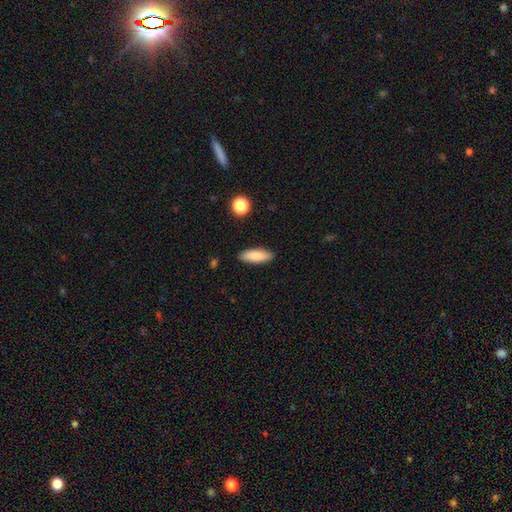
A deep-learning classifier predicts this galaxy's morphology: smooth-or-featured: smooth: 85% | featured or disk: 9% | star or artifact: 7%
  how-rounded: in between: 66% | cigar-shaped: 32% | round: 2%
  merging: none: 88% | minor disturbance: 8% | major disturbance: 2% | merger: 1%